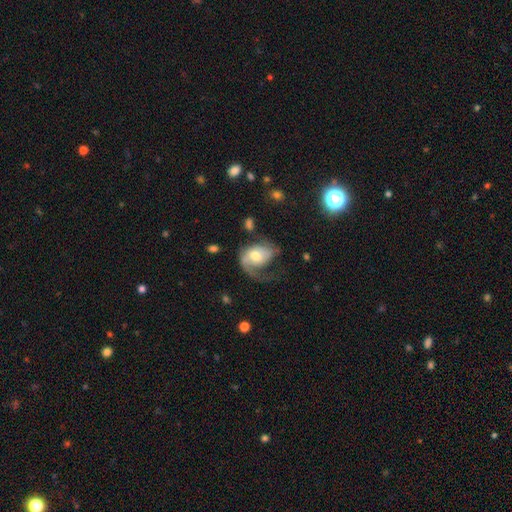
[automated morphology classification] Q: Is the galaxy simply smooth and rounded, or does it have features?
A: featured or disk — 63%.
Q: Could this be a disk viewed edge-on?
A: no — 97%.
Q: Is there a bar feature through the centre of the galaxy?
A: no — 57%.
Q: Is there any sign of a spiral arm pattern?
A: yes — 84%.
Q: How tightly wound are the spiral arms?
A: loose — 46%.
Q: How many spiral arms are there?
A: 1 — 66%.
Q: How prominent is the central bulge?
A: moderate — 63%.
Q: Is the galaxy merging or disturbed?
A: major disturbance — 48%.